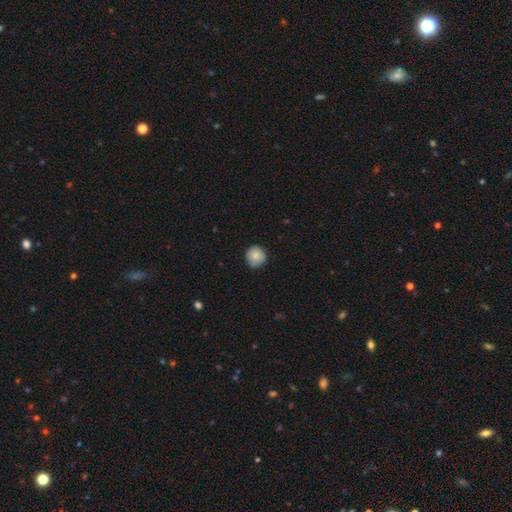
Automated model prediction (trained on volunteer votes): Smooth or featured? Predicted: smooth (p=0.86). How rounded? Predicted: round (p=0.92). Merging? Predicted: none (p=0.82).